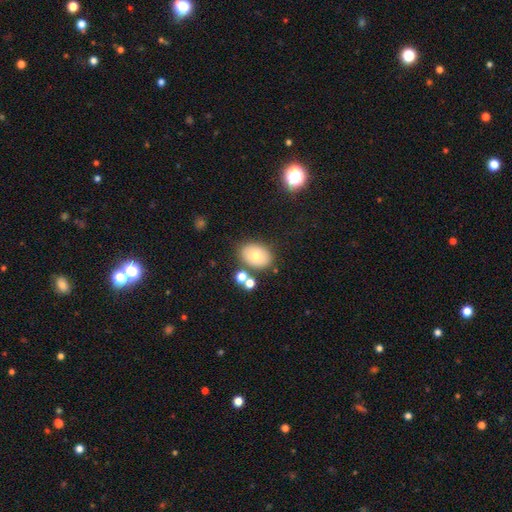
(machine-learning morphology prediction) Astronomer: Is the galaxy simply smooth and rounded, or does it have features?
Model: smooth — 73%.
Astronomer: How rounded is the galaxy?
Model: in between — 78%.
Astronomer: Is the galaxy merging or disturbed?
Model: none — 75%.